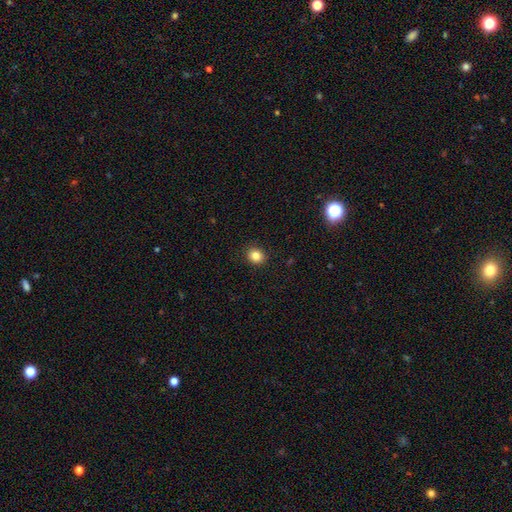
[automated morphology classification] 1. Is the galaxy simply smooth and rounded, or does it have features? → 84% smooth, 11% star or artifact, 5% featured or disk.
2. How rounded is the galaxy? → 76% round, 23% in between, 1% cigar-shaped.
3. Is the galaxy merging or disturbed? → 91% none, 6% minor disturbance, 2% major disturbance, 1% merger.